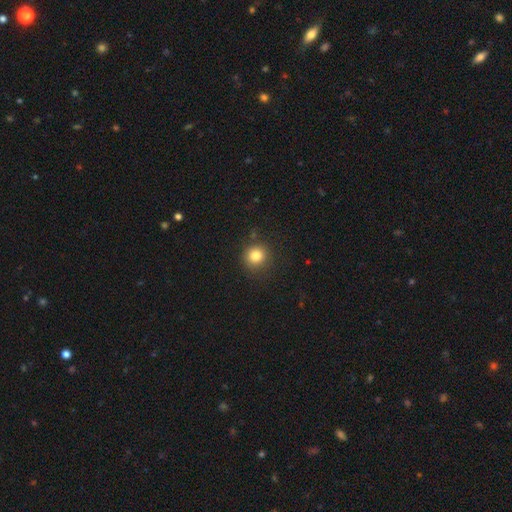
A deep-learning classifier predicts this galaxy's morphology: smooth-or-featured: smooth: 82% | star or artifact: 12% | featured or disk: 6%
  how-rounded: round: 92% | in between: 7% | cigar-shaped: 1%
  merging: none: 86% | minor disturbance: 9% | major disturbance: 3% | merger: 2%